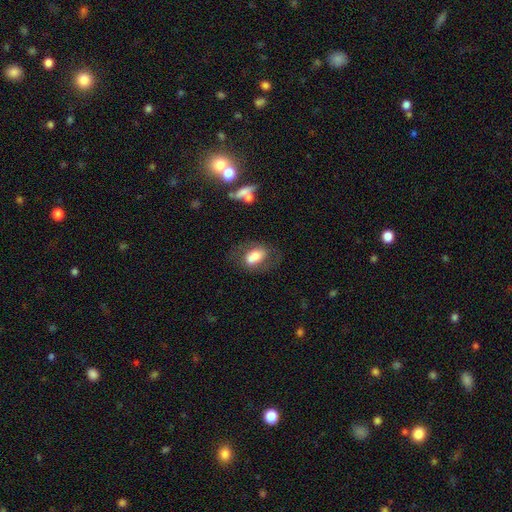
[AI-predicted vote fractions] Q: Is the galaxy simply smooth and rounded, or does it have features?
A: smooth — 64%.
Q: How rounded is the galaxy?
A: in between — 85%.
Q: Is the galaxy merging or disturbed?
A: none — 49%.